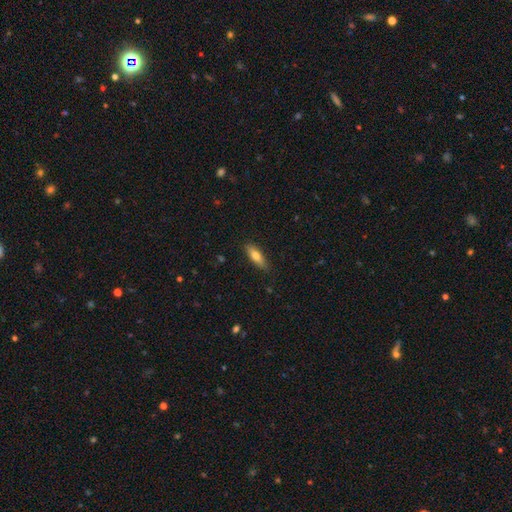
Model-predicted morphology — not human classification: This appears to be a smooth galaxy with no disk features (71%) that is in between round and cigar-shaped (50%). Merging: none (85%).